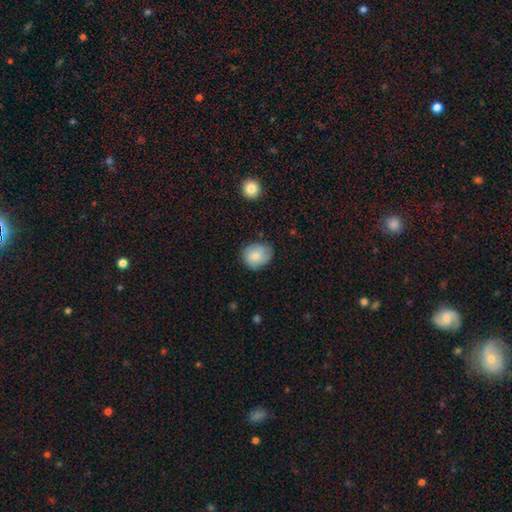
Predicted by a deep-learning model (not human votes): smooth_or_featured: smooth (p=0.77) [alt: featured or disk p=0.16]
how_rounded: round (p=0.69) [alt: in between p=0.30]
merging: none (p=0.67) [alt: minor disturbance p=0.26]